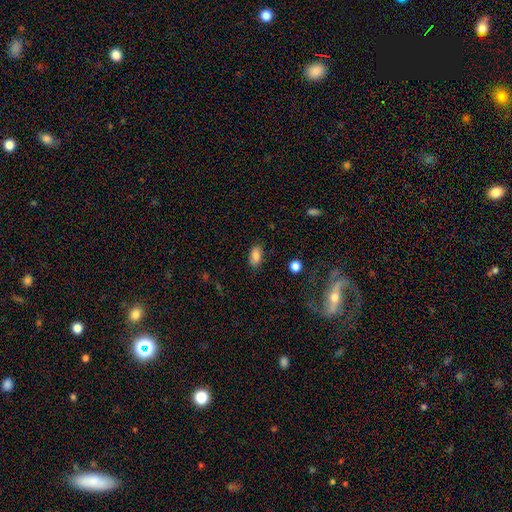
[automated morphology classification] Smooth or featured? Predicted: smooth (p=0.85). How rounded? Predicted: in between (p=0.91). Merging? Predicted: none (p=0.82).